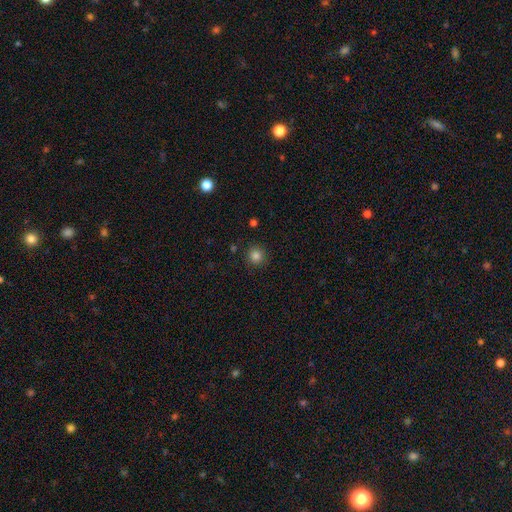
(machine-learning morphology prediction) The model was most divided on "smooth or featured": smooth: 83%, star or artifact: 13%, featured or disk: 4%. More confident: how rounded — round (94%); merging — none (90%).